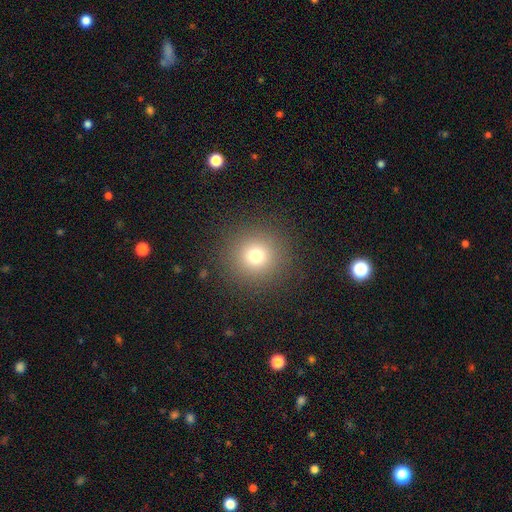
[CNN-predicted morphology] smooth_or_featured: smooth (p=0.74) [alt: star or artifact p=0.17]
how_rounded: round (p=0.95) [alt: in between p=0.05]
merging: none (p=0.90) [alt: minor disturbance p=0.06]